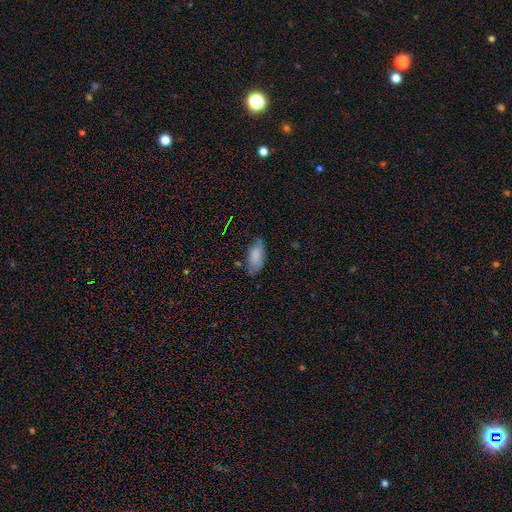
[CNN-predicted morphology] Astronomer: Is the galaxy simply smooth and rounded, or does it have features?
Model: smooth — 79%.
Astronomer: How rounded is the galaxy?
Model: in between — 88%.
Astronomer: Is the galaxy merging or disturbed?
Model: none — 61%.